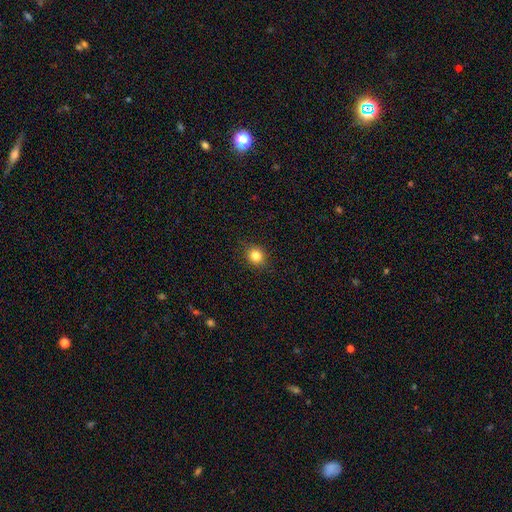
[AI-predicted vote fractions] Smooth or featured? smooth (83%)
How rounded? round (77%)
Merging? none (89%)